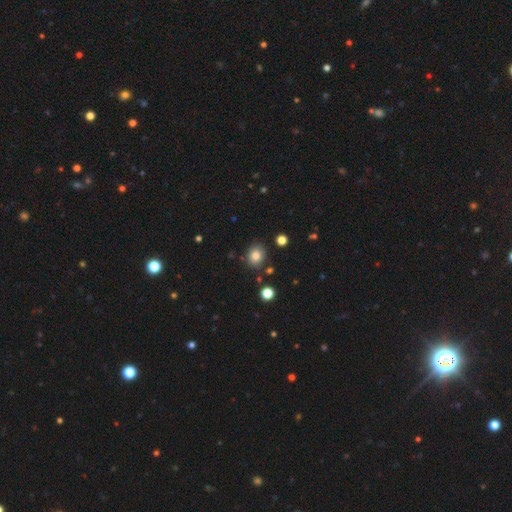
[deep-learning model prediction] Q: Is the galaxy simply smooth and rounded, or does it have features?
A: smooth — 80%.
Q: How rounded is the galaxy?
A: round — 66%.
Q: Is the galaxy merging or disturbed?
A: none — 84%.